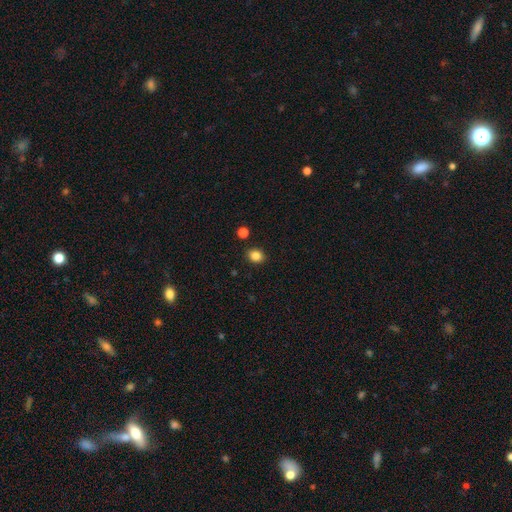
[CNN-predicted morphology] Smooth or featured? smooth (85%)
How rounded? round (52%)
Merging? none (87%)